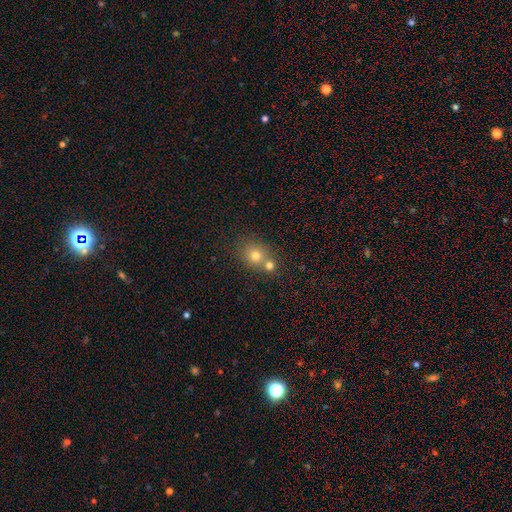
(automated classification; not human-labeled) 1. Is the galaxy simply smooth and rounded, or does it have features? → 72% smooth, 15% star or artifact, 13% featured or disk.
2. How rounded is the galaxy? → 76% round, 23% in between, 1% cigar-shaped.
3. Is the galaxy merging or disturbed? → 47% none, 43% merger, 7% minor disturbance, 3% major disturbance.